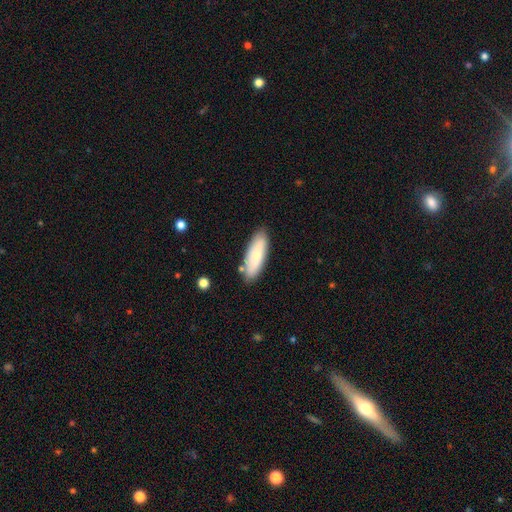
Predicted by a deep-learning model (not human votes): The model was most divided on "how rounded": in between: 59%, cigar-shaped: 40%, round: 2%. More confident: merging — none (82%); smooth or featured — smooth (70%).